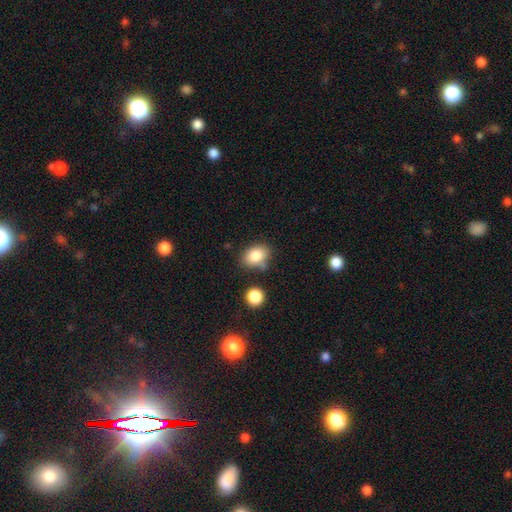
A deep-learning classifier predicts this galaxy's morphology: Overall: smooth (83%). How rounded: in between (77%). Merging: none (68%).